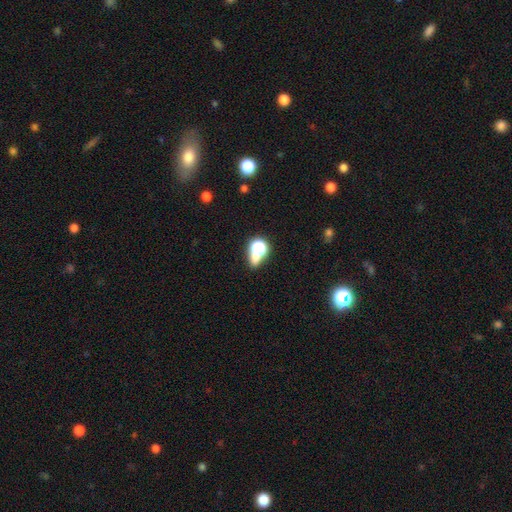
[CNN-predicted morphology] smooth_or_featured: smooth (p=0.55) [alt: star or artifact p=0.33]
how_rounded: round (p=0.50) [alt: in between p=0.44]
merging: none (p=0.46) [alt: merger p=0.32]